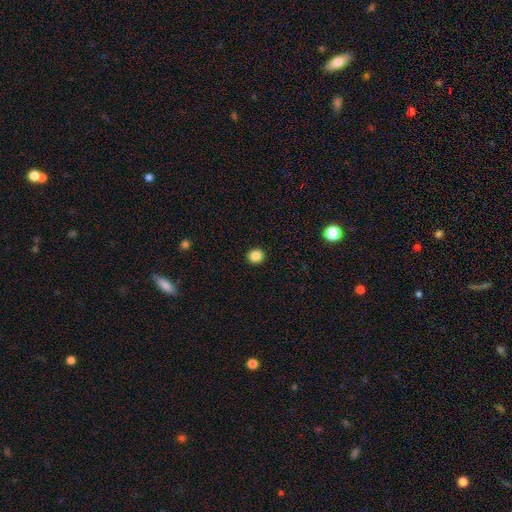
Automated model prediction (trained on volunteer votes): The model was most divided on "smooth or featured": smooth: 86%, star or artifact: 11%, featured or disk: 3%. More confident: merging — none (93%); how rounded — round (88%).